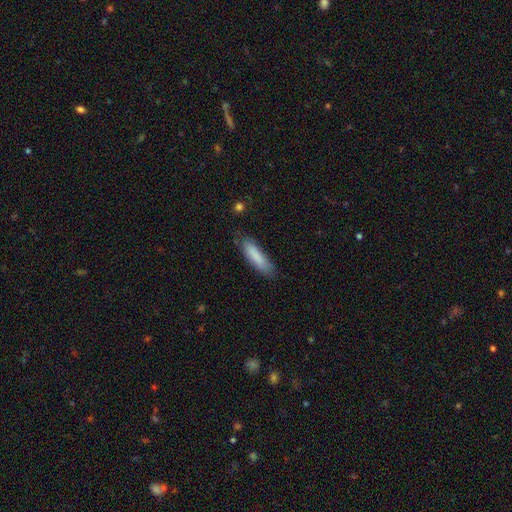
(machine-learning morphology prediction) A smooth galaxy with no disk features (85%) that is cigar-shaped (72%). Merging: none (79%).